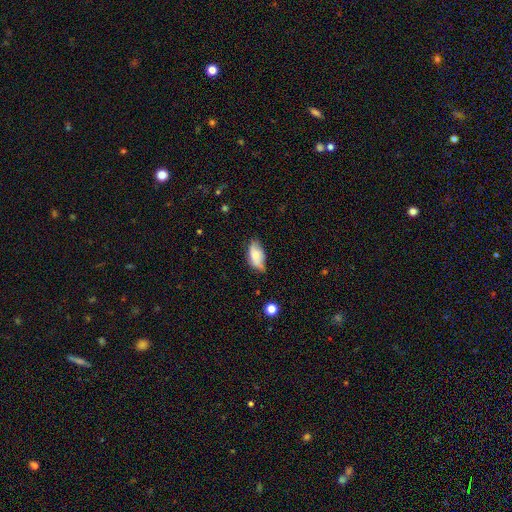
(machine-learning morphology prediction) This appears to be a smooth galaxy with no disk features (67%) that is in between round and cigar-shaped (91%). Merging: none (48%).